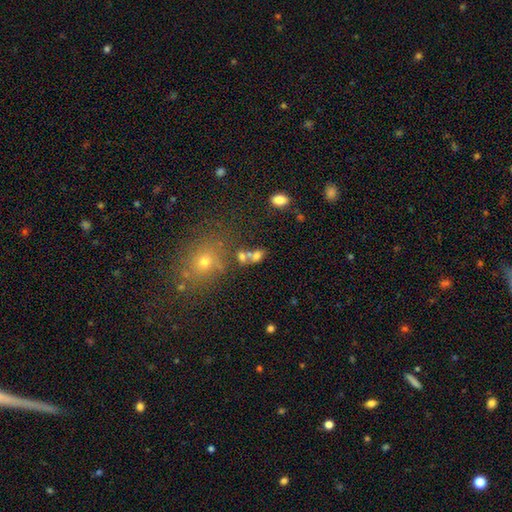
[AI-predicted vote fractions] A smooth galaxy with no disk features (67%) that is in between round and cigar-shaped (64%).

Vote fractions:
- Smooth or featured? smooth: 67% / star or artifact: 17% / featured or disk: 16%
- How rounded? in between: 64% / round: 33% / cigar-shaped: 3%
- Merging? merger: 47% / none: 36% / minor disturbance: 10% / major disturbance: 7%